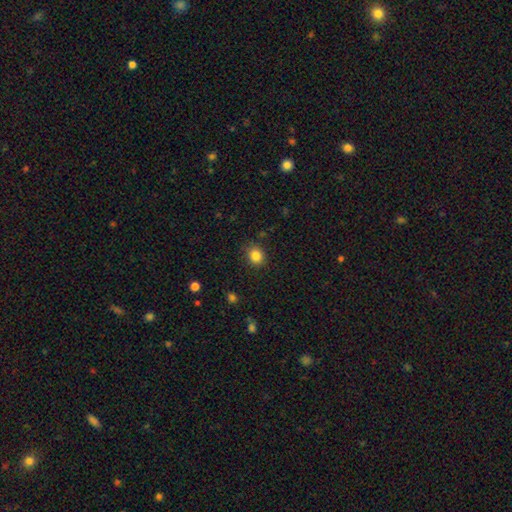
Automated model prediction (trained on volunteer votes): A smooth galaxy with no disk features (85%) that is round (73%). Merging: none (85%).